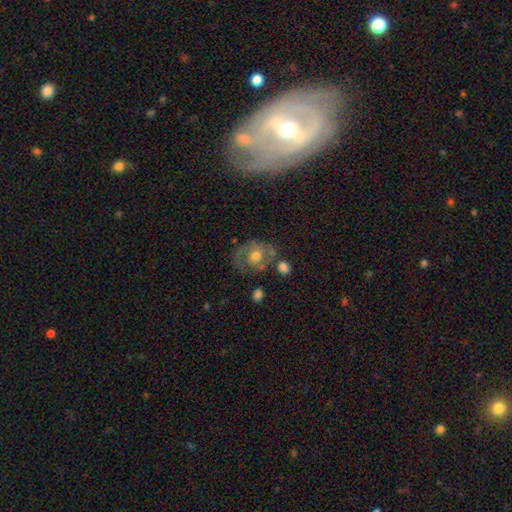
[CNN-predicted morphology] Smooth or featured? featured or disk (58%)
Edge-on disk? no (95%)
Bar? no (78%)
Spiral arms? yes (64%)
Bulge size? moderate (68%)
Merging? none (63%)